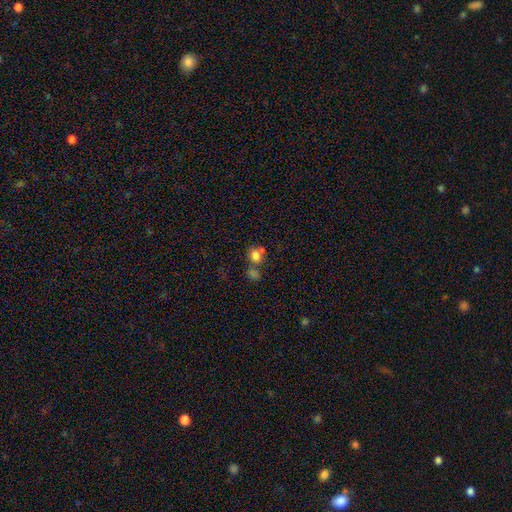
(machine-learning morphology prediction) smooth-or-featured: smooth: 75% | star or artifact: 15% | featured or disk: 10%
  how-rounded: round: 68% | in between: 31% | cigar-shaped: 1%
  merging: none: 45% | merger: 36% | minor disturbance: 12% | major disturbance: 7%